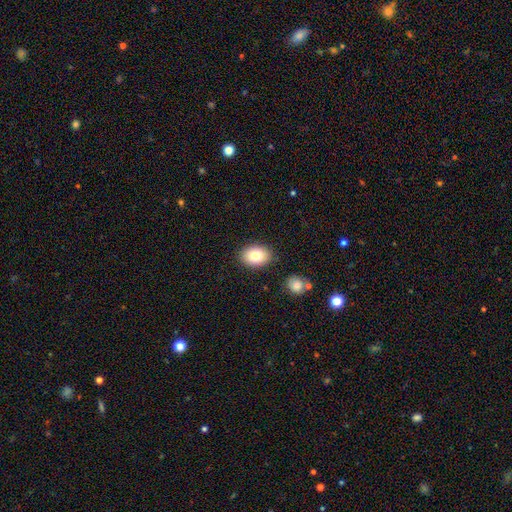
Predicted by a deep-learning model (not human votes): smooth 81%, featured or disk 11%, star or artifact 8%. Down the decision tree: how rounded — in between (75%); merging — none (86%).